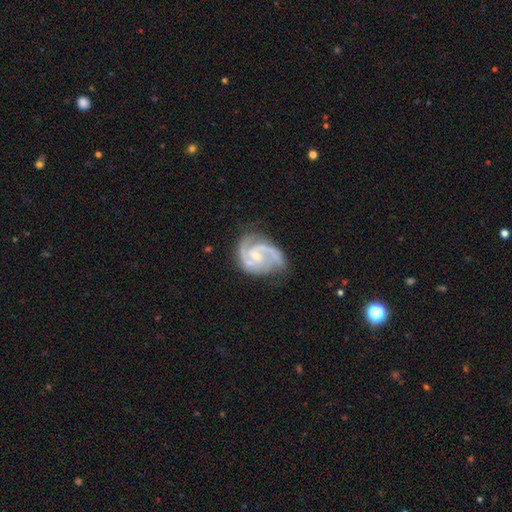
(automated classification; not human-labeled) This appears to be a featured or disk galaxy (92%) with no bar (52%), 2 (70%) medium (54%) spiral arms (98%) and a small central bulge (62%). Merging: none (65%).